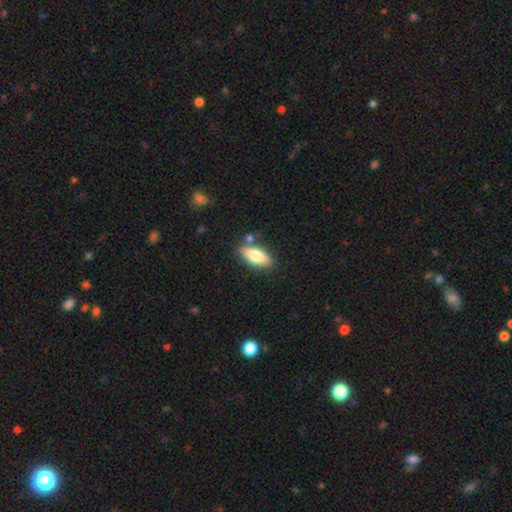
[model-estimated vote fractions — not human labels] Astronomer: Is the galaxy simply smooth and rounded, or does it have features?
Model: smooth — 76%.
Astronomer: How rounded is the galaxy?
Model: in between — 78%.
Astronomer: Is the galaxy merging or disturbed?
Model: none — 78%.